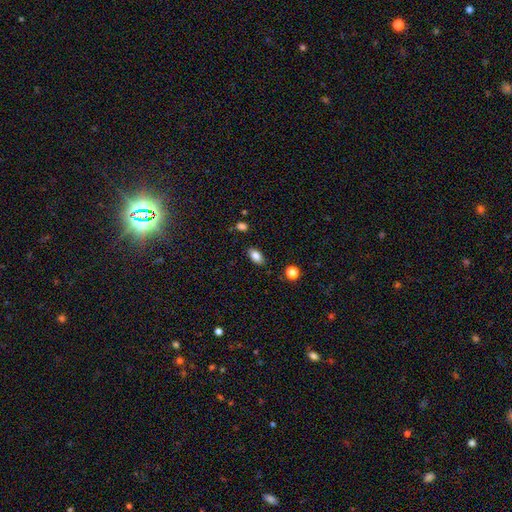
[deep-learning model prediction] Smooth or featured? smooth (84%)
How rounded? in between (91%)
Merging? none (86%)